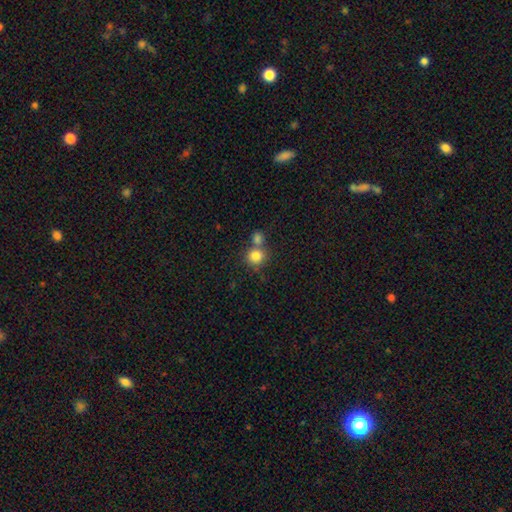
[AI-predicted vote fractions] Smooth or featured? smooth (82%)
How rounded? round (87%)
Merging? none (56%)